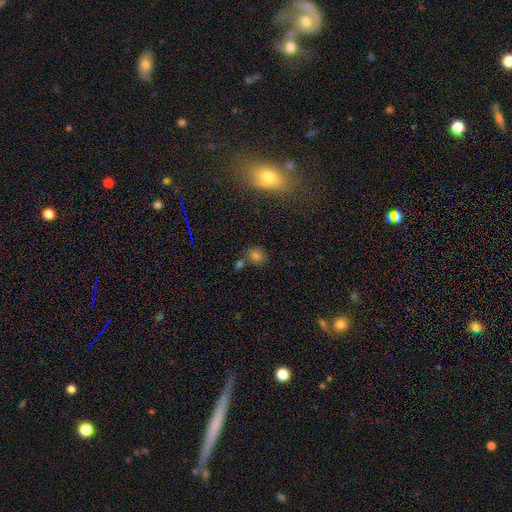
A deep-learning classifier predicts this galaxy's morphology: Overall: smooth (69%). How rounded: round (65%; in between 33%). Merging: none (68%).